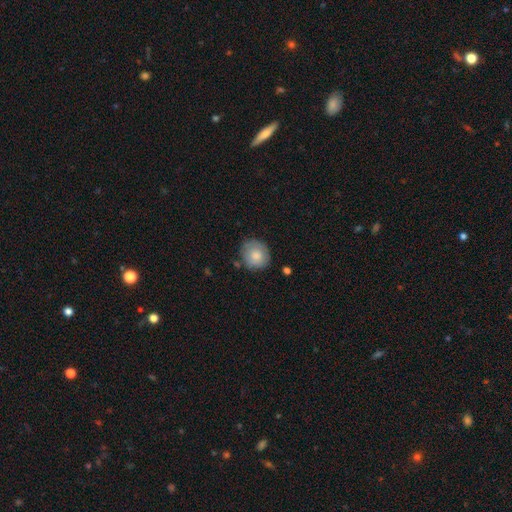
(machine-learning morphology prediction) smooth-or-featured: smooth: 76% | featured or disk: 17% | star or artifact: 7%
  how-rounded: round: 83% | in between: 16% | cigar-shaped: 1%
  merging: none: 75% | minor disturbance: 18% | major disturbance: 4% | merger: 3%